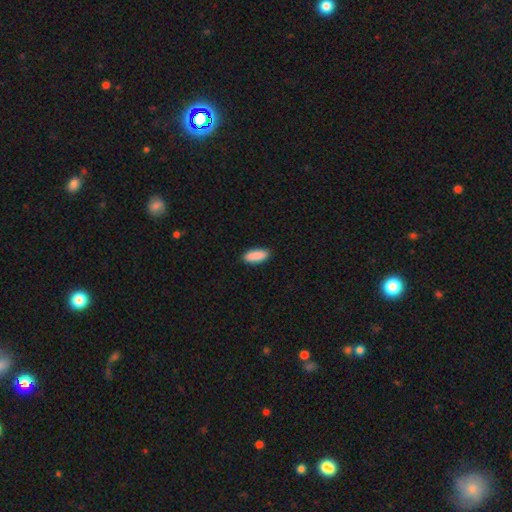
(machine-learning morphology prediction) type=smooth (91%); roundness=in between (81%); merging=none (89%).